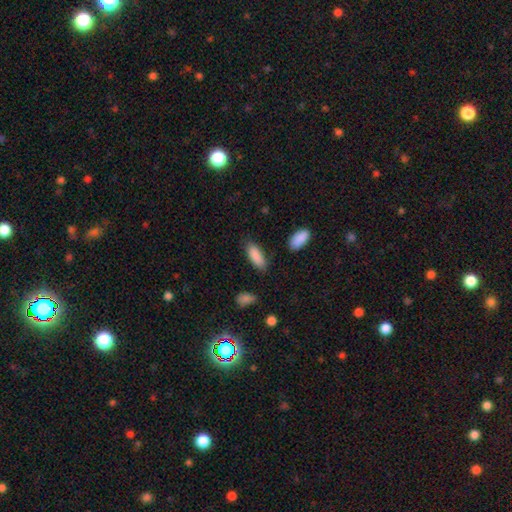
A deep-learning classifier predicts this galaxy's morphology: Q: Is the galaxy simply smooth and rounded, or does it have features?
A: smooth — 88%.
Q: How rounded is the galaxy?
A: in between — 73%.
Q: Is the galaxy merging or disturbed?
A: none — 79%.